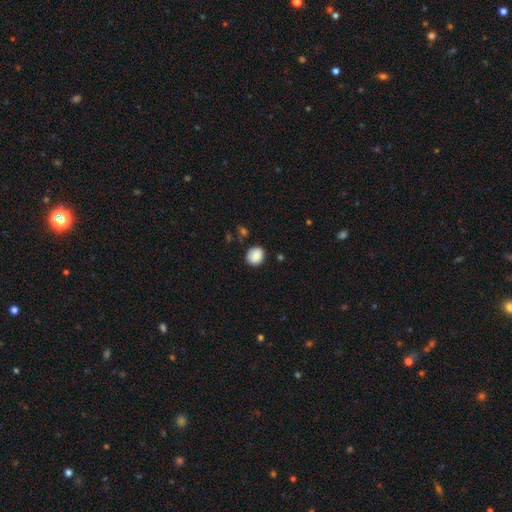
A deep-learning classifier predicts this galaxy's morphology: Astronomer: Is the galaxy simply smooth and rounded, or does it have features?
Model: smooth — 88%.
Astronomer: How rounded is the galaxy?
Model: round — 77%.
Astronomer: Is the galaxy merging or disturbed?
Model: none — 82%.